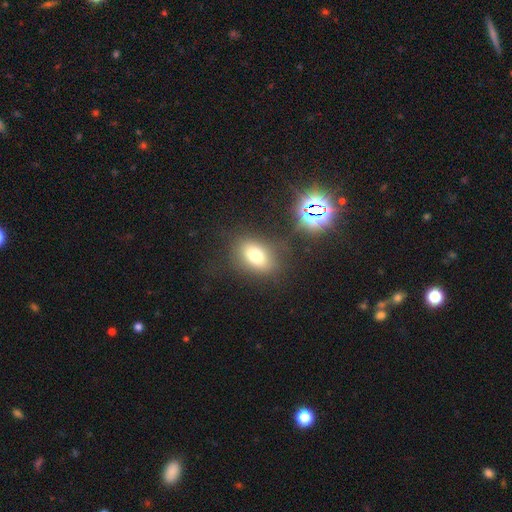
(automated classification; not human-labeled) smooth 70%, star or artifact 15%, featured or disk 15%. Down the decision tree: how rounded — in between (76%); merging — none (76%).